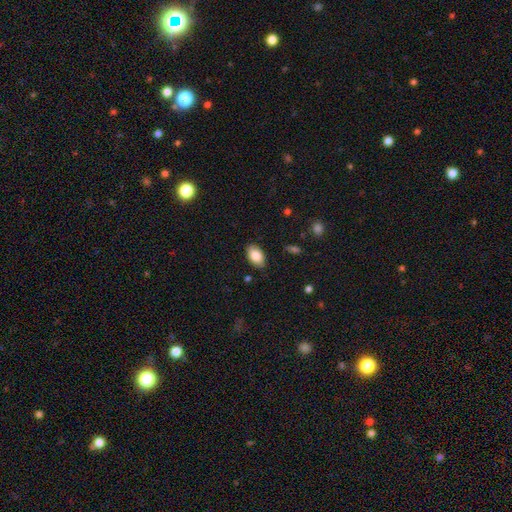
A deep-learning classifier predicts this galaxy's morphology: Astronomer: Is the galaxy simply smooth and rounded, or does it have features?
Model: smooth — 86%.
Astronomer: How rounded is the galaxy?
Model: in between — 93%.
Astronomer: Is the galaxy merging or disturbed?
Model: none — 86%.